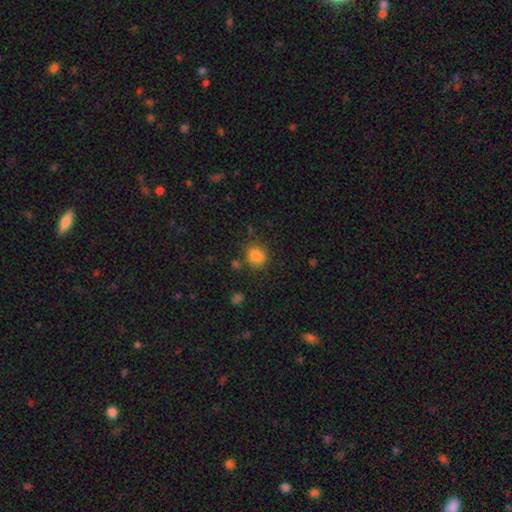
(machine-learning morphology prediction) Smooth or featured? smooth (82%)
How rounded? round (70%)
Merging? none (69%)